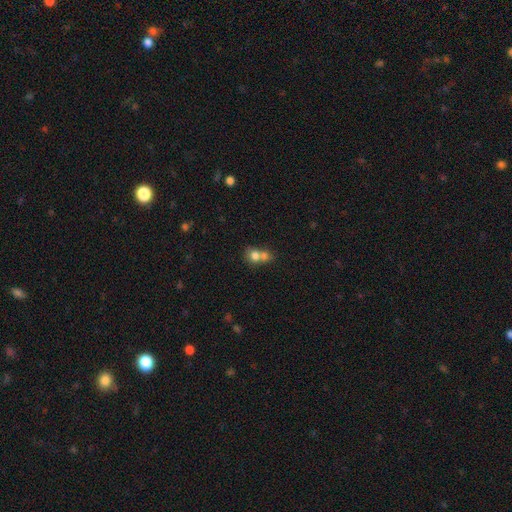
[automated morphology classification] Q: Smooth or featured?
A: smooth (75%); runner-up: featured or disk (15%)
Q: How rounded?
A: round (67%); runner-up: in between (32%)
Q: Merging?
A: merger (65%); runner-up: none (25%)